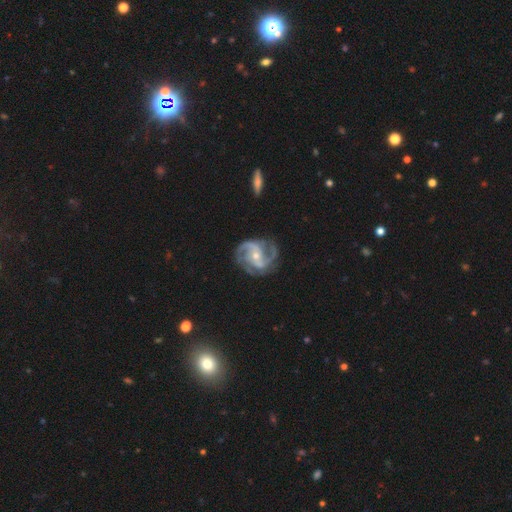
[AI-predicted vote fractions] This appears to be a featured or disk galaxy (91%) with no bar (53%), 2 (46%) medium (55%) spiral arms (98%) and a small central bulge (57%). Merging: none (71%).